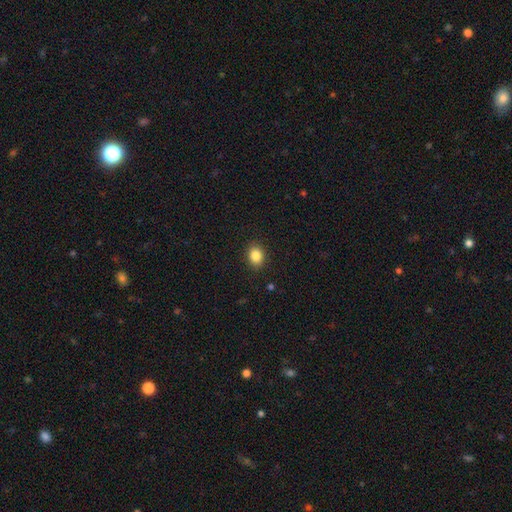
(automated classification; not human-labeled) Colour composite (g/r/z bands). It shows a smooth galaxy with no disk features (85%) that is in between round and cigar-shaped (52%). Merging: none (90%).